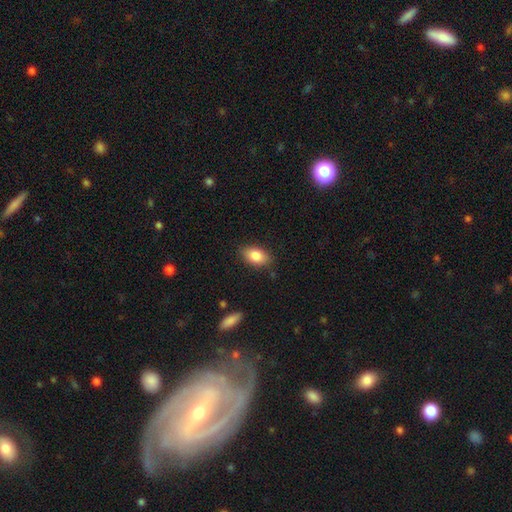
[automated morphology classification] A smooth galaxy with no disk features (84%) that is in between round and cigar-shaped (90%).

Vote fractions:
- Smooth or featured? smooth: 84% / featured or disk: 9% / star or artifact: 7%
- How rounded? in between: 90% / round: 7% / cigar-shaped: 3%
- Merging? none: 84% / minor disturbance: 12% / major disturbance: 3% / merger: 1%